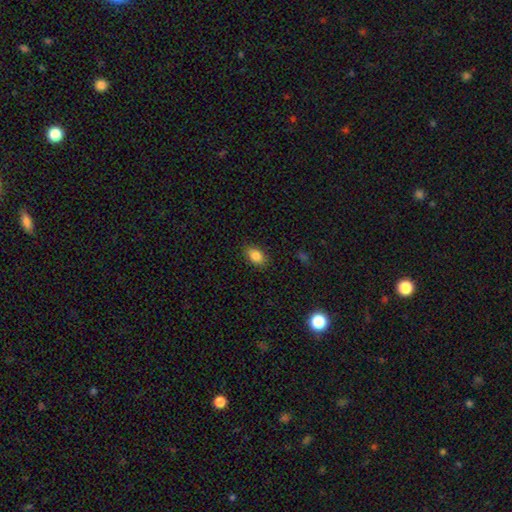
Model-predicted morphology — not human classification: This appears to be a smooth galaxy with no disk features (85%) that is in between round and cigar-shaped (85%). Merging: none (87%).